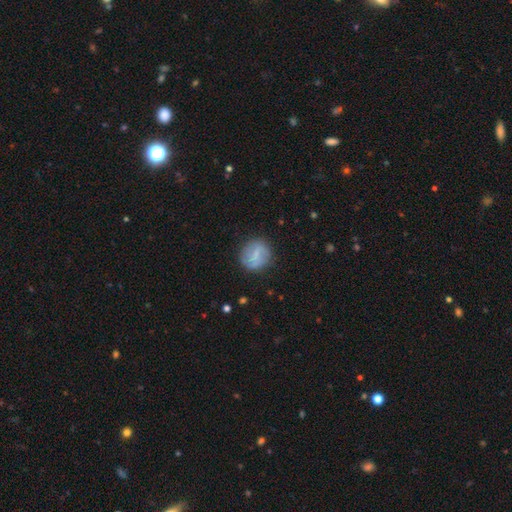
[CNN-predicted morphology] Smooth or featured? Predicted: smooth (p=0.53). How rounded? Predicted: round (p=0.82). Merging? Predicted: none (p=0.79).